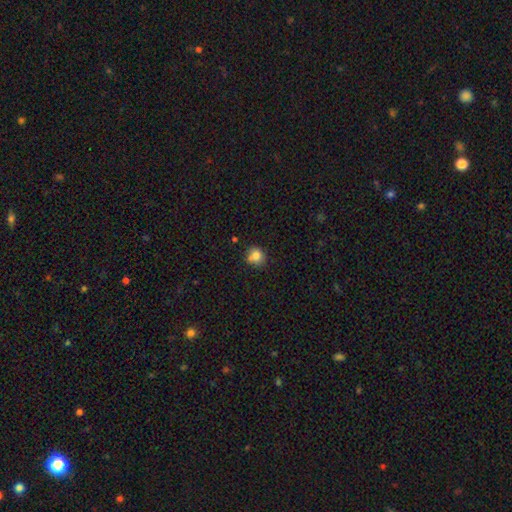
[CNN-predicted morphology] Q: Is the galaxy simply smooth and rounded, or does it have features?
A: smooth — 82%.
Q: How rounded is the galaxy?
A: round — 78%.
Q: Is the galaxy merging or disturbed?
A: none — 64%.